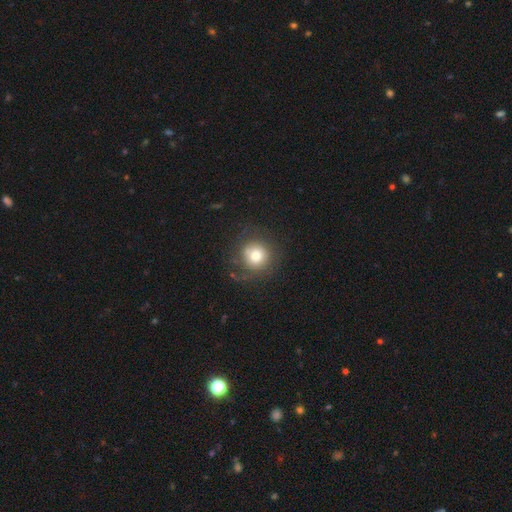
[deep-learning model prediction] Q: Smooth or featured?
A: smooth (74%); runner-up: featured or disk (15%)
Q: How rounded?
A: round (93%); runner-up: in between (6%)
Q: Merging?
A: none (74%); runner-up: minor disturbance (15%)